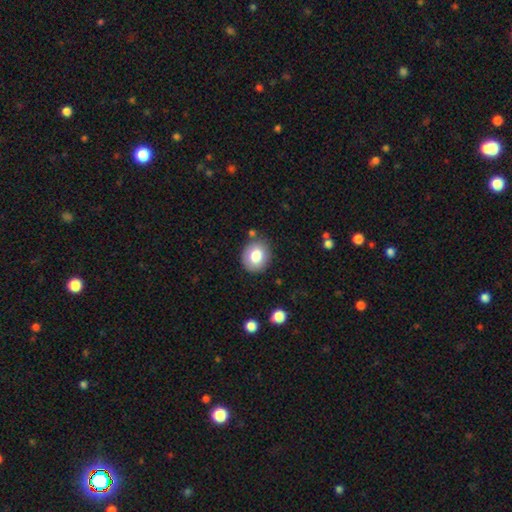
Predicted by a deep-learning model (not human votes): Morphology: type=smooth (79%); roundness=round (64%); merging=none (82%).